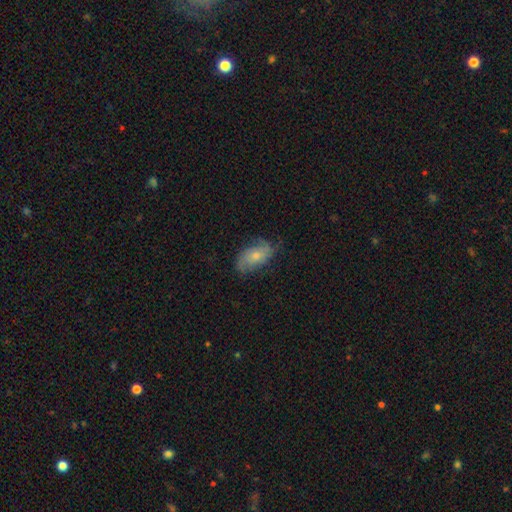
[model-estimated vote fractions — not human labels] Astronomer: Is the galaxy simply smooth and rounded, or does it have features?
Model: featured or disk — 47% (runner-up: smooth, 46%).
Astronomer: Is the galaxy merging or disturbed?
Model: none — 64%.